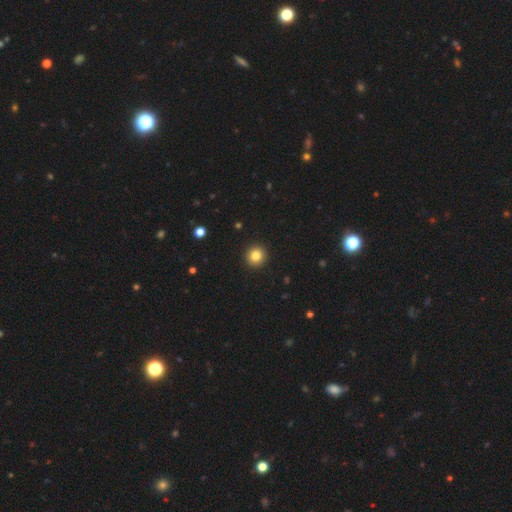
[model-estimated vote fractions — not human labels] Overall: smooth (83%). How rounded: round (93%). Merging: none (93%).